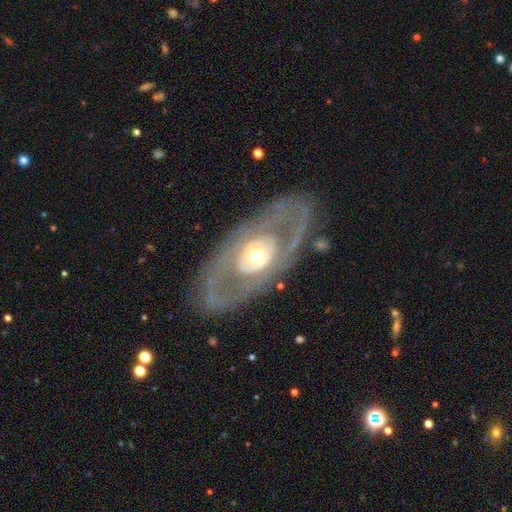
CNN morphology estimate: A featured or disk galaxy (78%) with no bar (80%), no spiral arms (60%) and a moderate central bulge (68%). Merging: none (77%).